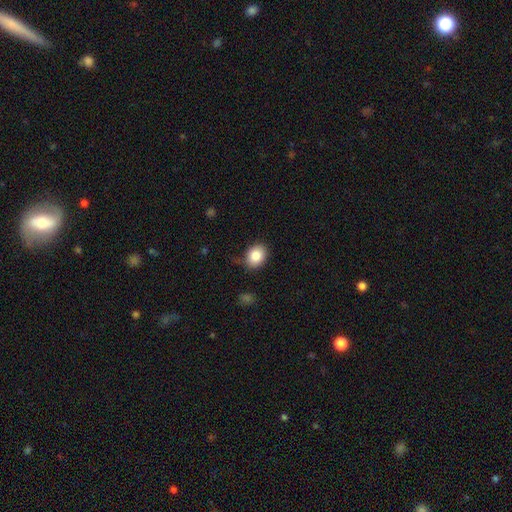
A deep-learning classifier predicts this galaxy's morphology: A smooth galaxy with no disk features (84%) that is round (52%).

Vote fractions:
- Smooth or featured? smooth: 84% / star or artifact: 9% / featured or disk: 7%
- How rounded? round: 52% / in between: 47% / cigar-shaped: 1%
- Merging? none: 76% / minor disturbance: 18% / major disturbance: 4% / merger: 2%